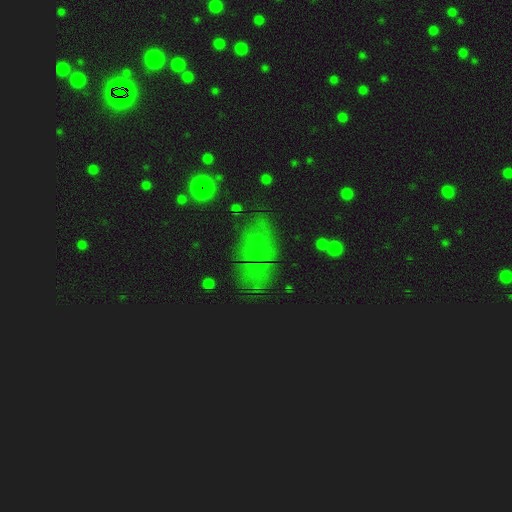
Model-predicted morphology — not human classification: Smooth or featured: smooth — 41% (star or artifact — 39%)
Merging: none — 69% (minor disturbance — 18%)